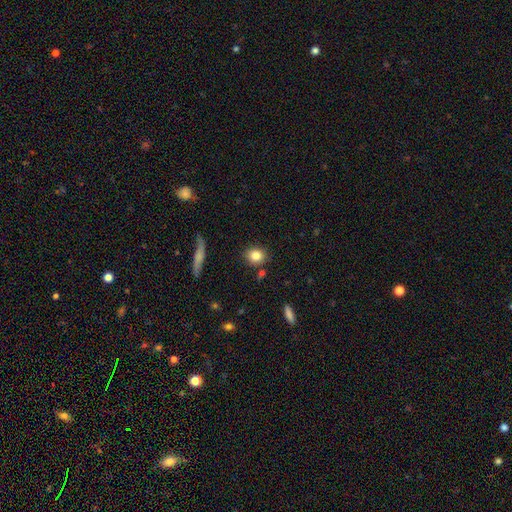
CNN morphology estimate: A smooth galaxy with no disk features (84%) that is round (65%). Merging: none (83%).